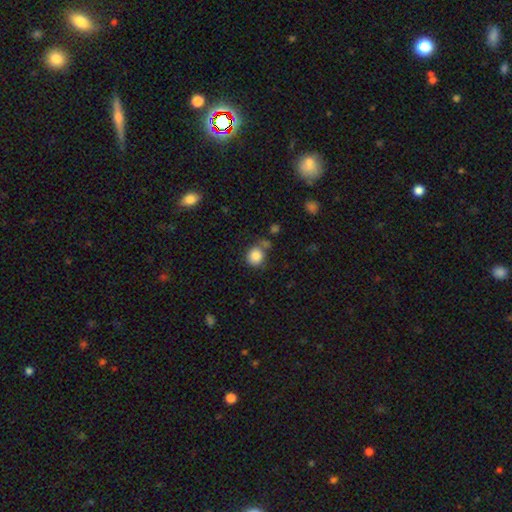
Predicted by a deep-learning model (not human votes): Smooth or featured? smooth (86%)
How rounded? round (83%)
Merging? none (66%)